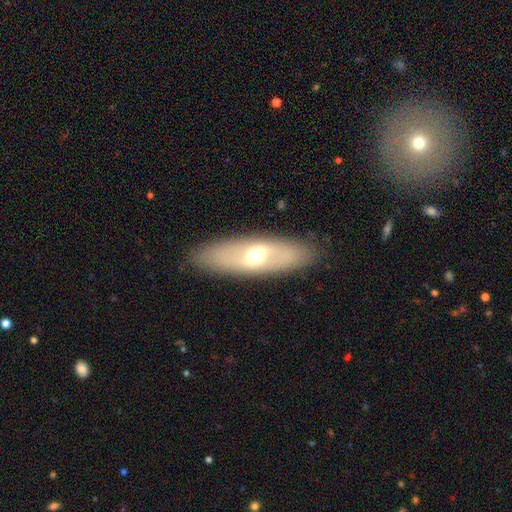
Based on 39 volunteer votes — Overall: featured or disk (77%). Edge-on disk: no (87%). Bar: weak (58%; strong 27%). Spiral arms: no (88%). Bulge size: moderate (69%). Merging: none (87%).